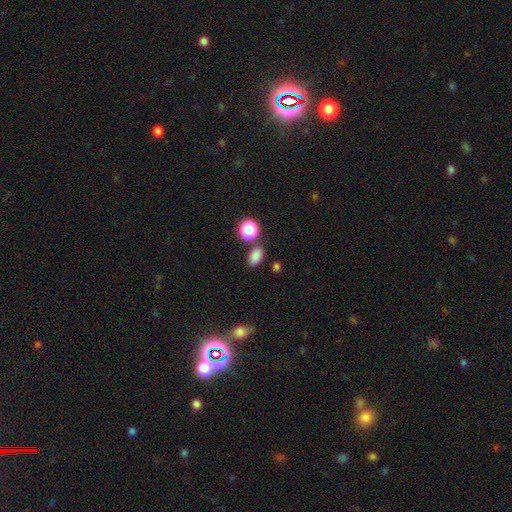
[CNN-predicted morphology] smooth-or-featured: smooth: 82% | star or artifact: 13% | featured or disk: 4%
  how-rounded: in between: 82% | round: 16% | cigar-shaped: 2%
  merging: none: 77% | minor disturbance: 11% | merger: 9% | major disturbance: 3%